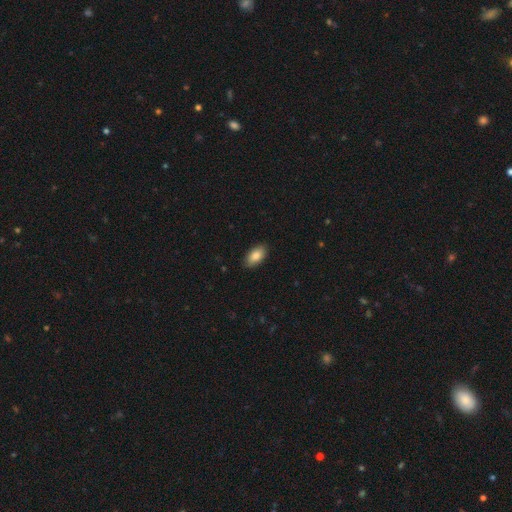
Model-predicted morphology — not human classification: The model was most divided on "smooth or featured": smooth: 85%, featured or disk: 8%, star or artifact: 7%. More confident: how rounded — in between (94%); merging — none (88%).